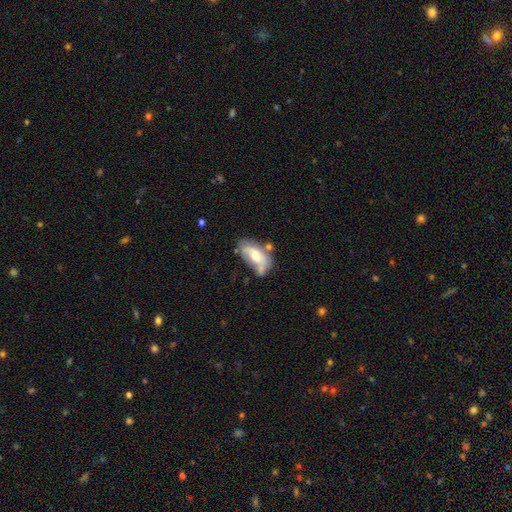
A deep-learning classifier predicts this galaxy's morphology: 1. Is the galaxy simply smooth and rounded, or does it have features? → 48% smooth, 45% featured or disk, 7% star or artifact.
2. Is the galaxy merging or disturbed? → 35% none, 29% minor disturbance, 19% major disturbance, 17% merger.